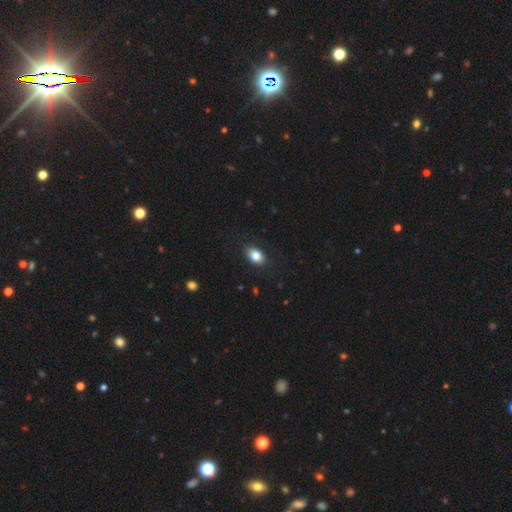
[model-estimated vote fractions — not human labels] smooth 84%, star or artifact 8%, featured or disk 8%. Down the decision tree: how rounded — in between (83%); merging — none (86%).